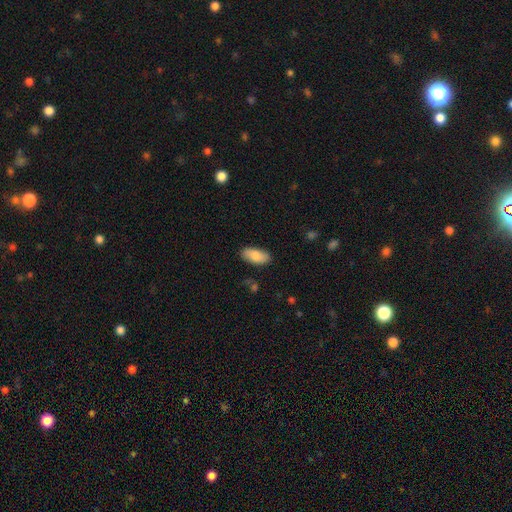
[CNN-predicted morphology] This is clearly a smooth galaxy (83%). How rounded: clearly in between (91%). Merging: clearly none (84%).